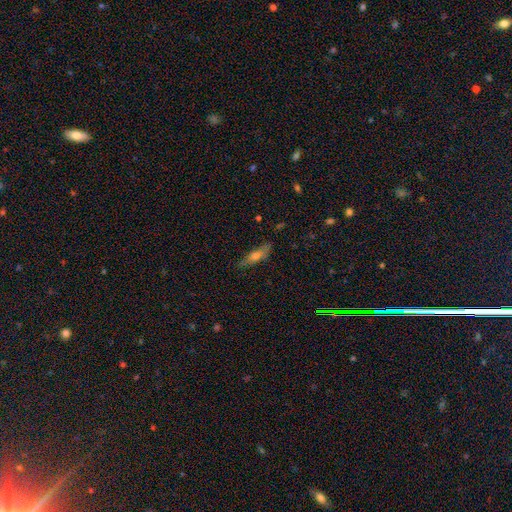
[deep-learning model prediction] A featured or disk galaxy (46%).

Vote fractions:
- Smooth or featured? featured or disk: 46% / smooth: 45% / star or artifact: 10%
- Merging? none: 80% / minor disturbance: 15% / major disturbance: 3% / merger: 1%